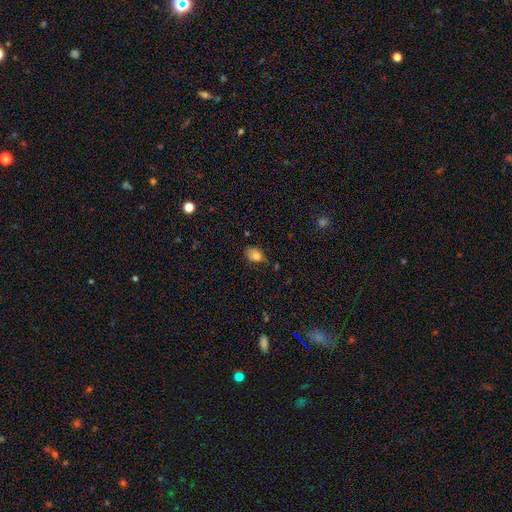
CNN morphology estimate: Smooth or featured?
  - smooth: 70% *
  - featured or disk: 17%
  - star or artifact: 13%
How rounded?
  - in between: 70% *
  - round: 28%
  - cigar-shaped: 2%
Merging?
  - none: 42% *
  - minor disturbance: 35%
  - major disturbance: 17%
  - merger: 6%